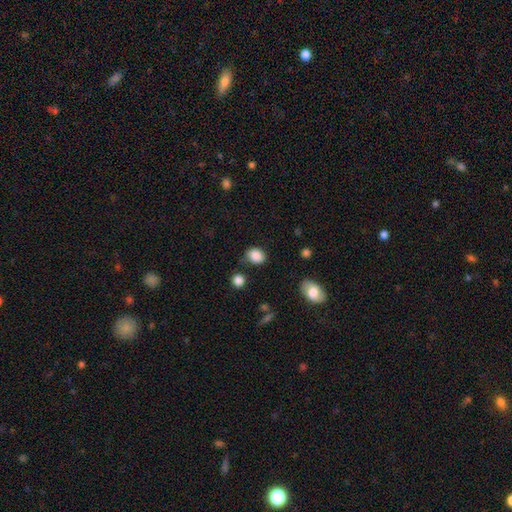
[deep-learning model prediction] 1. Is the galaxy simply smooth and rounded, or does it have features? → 86% smooth, 9% star or artifact, 4% featured or disk.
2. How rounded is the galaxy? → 55% in between, 44% round, 1% cigar-shaped.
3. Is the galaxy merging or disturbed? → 67% none, 22% minor disturbance, 6% major disturbance, 4% merger.